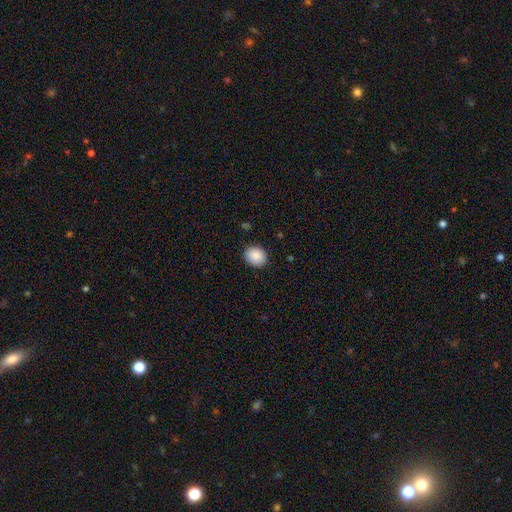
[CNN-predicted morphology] smooth 89%, star or artifact 8%, featured or disk 3%. Down the decision tree: how rounded — round (58%); merging — none (89%).